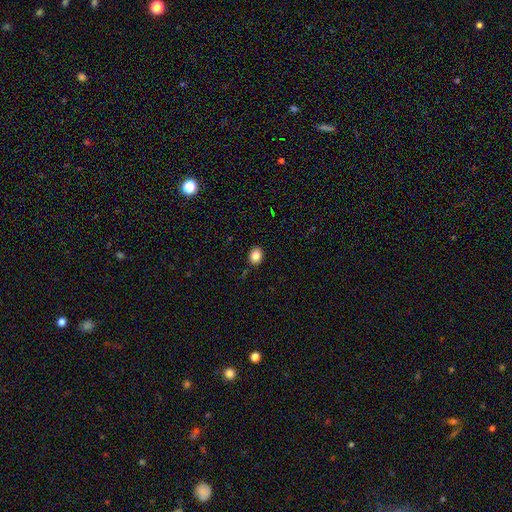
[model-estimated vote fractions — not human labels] Morphology: type=smooth (85%); roundness=round (54%); merging=none (87%).